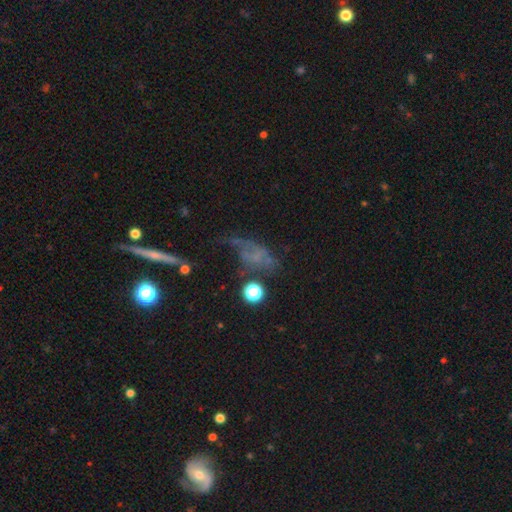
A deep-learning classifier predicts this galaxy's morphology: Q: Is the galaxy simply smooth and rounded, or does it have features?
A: featured or disk — 43%.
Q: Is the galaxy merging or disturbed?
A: major disturbance — 36%.